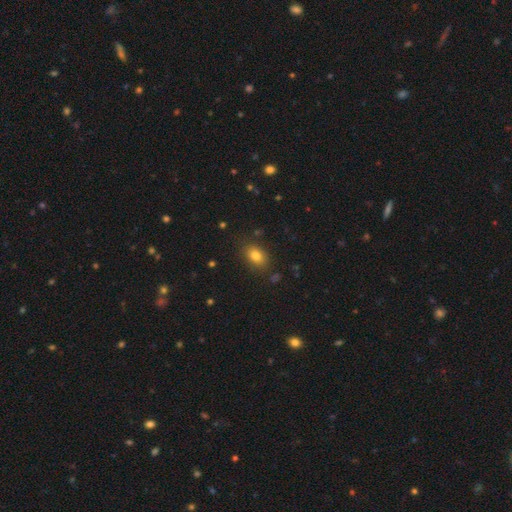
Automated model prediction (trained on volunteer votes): smooth-or-featured: smooth: 81% | star or artifact: 11% | featured or disk: 8%
  how-rounded: in between: 73% | round: 25% | cigar-shaped: 1%
  merging: none: 83% | minor disturbance: 12% | major disturbance: 4% | merger: 2%